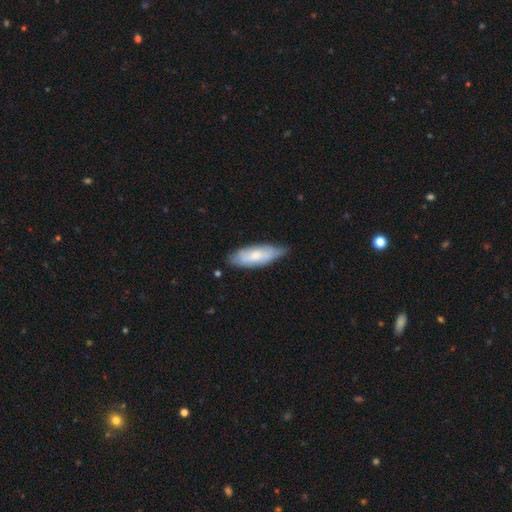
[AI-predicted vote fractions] A smooth galaxy with no disk features (66%) that is in between round and cigar-shaped (66%).

Vote fractions:
- Smooth or featured? smooth: 66% / featured or disk: 29% / star or artifact: 6%
- How rounded? in between: 66% / cigar-shaped: 32% / round: 2%
- Merging? none: 68% / minor disturbance: 26% / major disturbance: 4% / merger: 2%